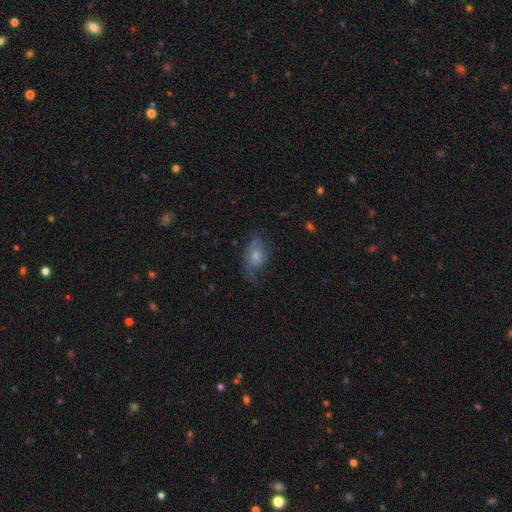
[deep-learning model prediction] A smooth galaxy with no disk features (48%). Merging: none (43%).